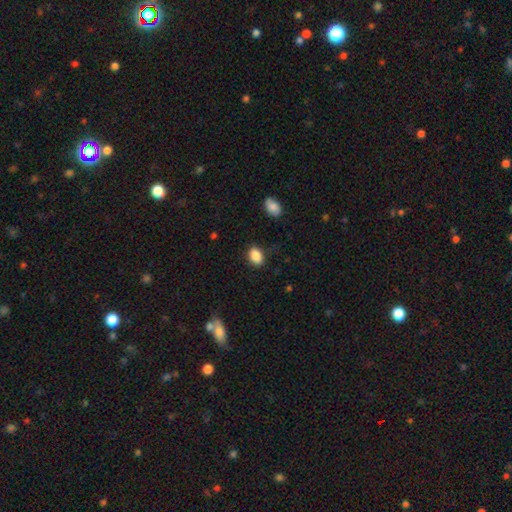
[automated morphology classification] Smooth or featured? smooth (87%)
How rounded? in between (84%)
Merging? none (80%)